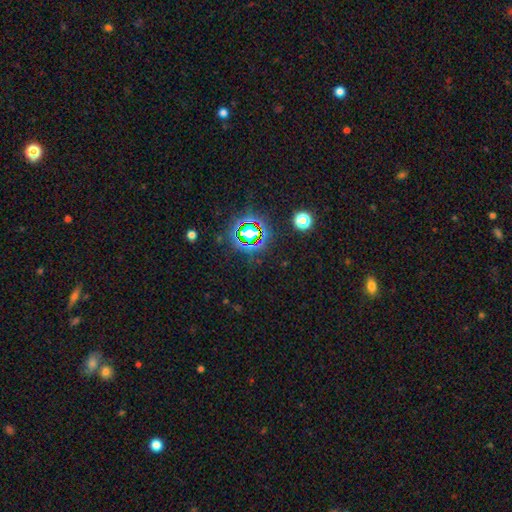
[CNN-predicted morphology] star or artifact 77%, smooth 15%, featured or disk 8%.